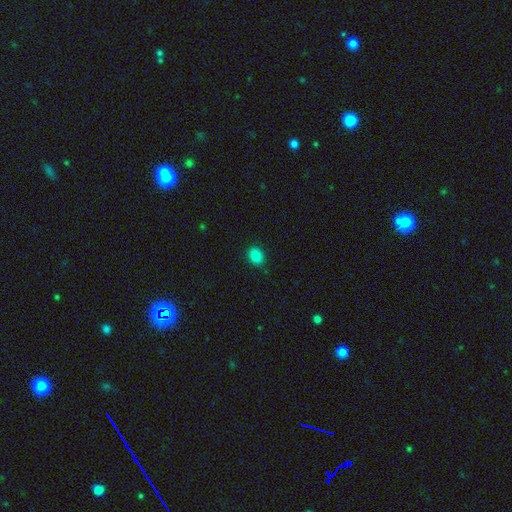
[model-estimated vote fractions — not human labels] smooth-or-featured: smooth: 85% | star or artifact: 12% | featured or disk: 3%
  how-rounded: round: 56% | in between: 43% | cigar-shaped: 1%
  merging: none: 86% | minor disturbance: 11% | major disturbance: 3% | merger: 1%